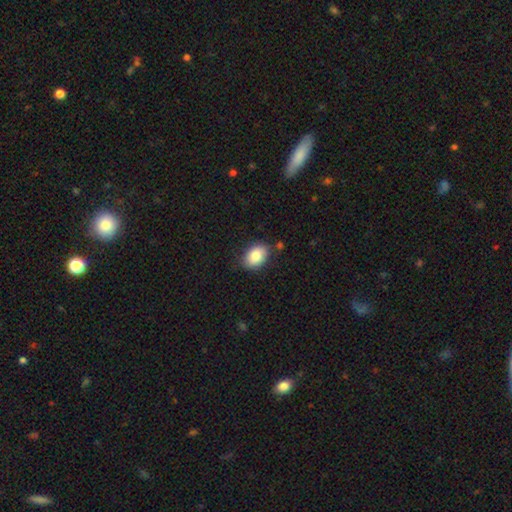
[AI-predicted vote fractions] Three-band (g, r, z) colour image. It shows a smooth galaxy with no disk features (85%) that is in between round and cigar-shaped (85%). Merging: none (80%).